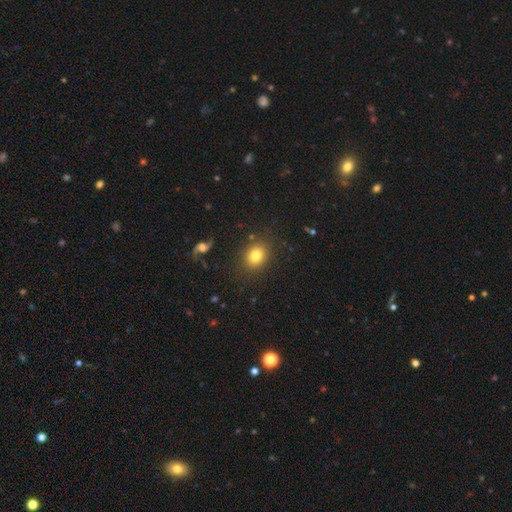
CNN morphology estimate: Smooth or featured?
  - smooth: 79% *
  - star or artifact: 11%
  - featured or disk: 10%
How rounded?
  - round: 54% *
  - in between: 45%
  - cigar-shaped: 1%
Merging?
  - none: 85% *
  - minor disturbance: 9%
  - major disturbance: 3%
  - merger: 2%